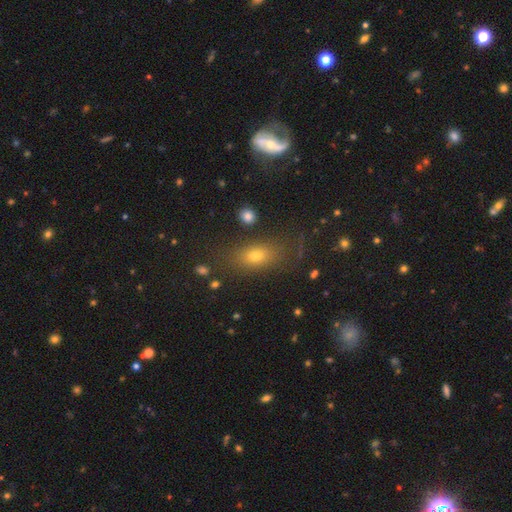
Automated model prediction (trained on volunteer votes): The model was most divided on "smooth or featured": smooth: 68%, star or artifact: 18%, featured or disk: 15%. More confident: merging — none (74%); how rounded — in between (73%).